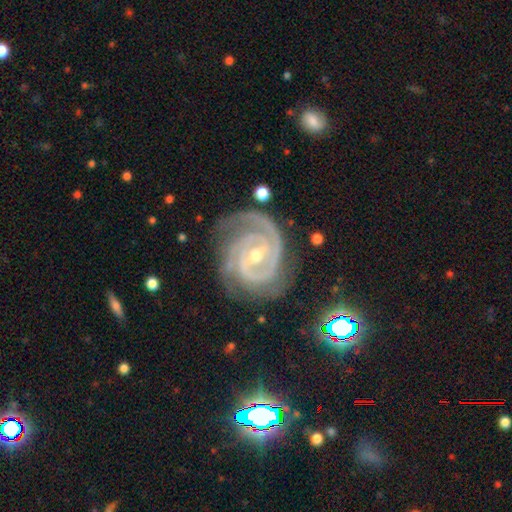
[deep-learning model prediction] Q: Smooth or featured?
A: featured or disk (92%); runner-up: star or artifact (5%)
Q: Edge-on disk?
A: no (97%); runner-up: yes (3%)
Q: Bar?
A: weak (43%); runner-up: no (36%)
Q: Spiral arms?
A: yes (98%); runner-up: no (2%)
Q: Spiral winding?
A: tight (74%); runner-up: medium (23%)
Q: Spiral arm count?
A: 2 (40%); runner-up: 3 (36%)
Q: Bulge size?
A: moderate (51%); runner-up: small (46%)
Q: Merging?
A: none (68%); runner-up: minor disturbance (21%)